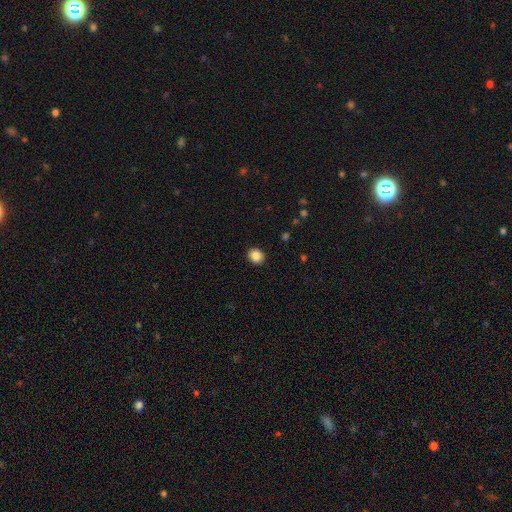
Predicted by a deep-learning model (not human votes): Overall: smooth (87%). How rounded: round (79%). Merging: none (92%).